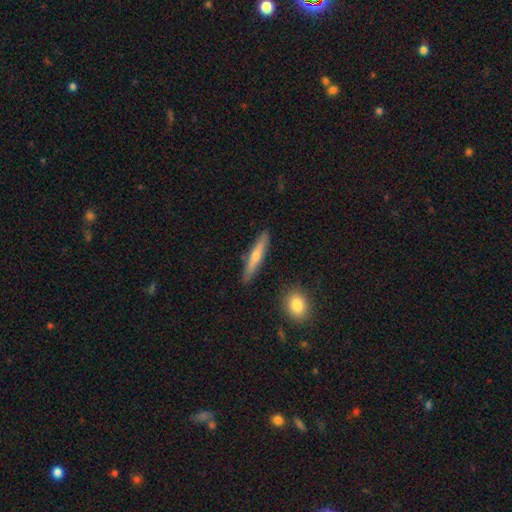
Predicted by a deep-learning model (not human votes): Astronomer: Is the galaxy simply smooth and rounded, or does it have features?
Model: featured or disk — 50% (runner-up: smooth, 43%).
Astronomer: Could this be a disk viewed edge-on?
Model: yes — 94%.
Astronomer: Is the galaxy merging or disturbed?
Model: none — 89%.